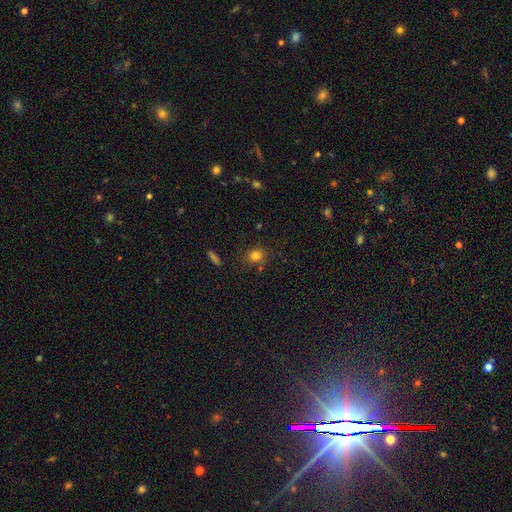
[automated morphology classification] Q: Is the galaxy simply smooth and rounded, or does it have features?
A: smooth — 79%.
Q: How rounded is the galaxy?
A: round — 67%.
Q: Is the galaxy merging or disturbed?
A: none — 81%.